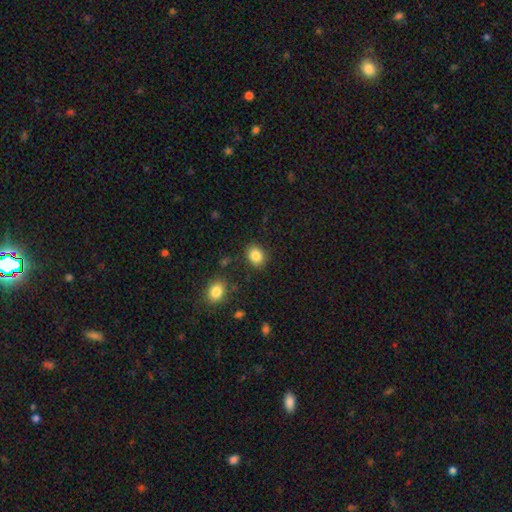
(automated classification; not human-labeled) A smooth galaxy with no disk features (86%) that is in between round and cigar-shaped (52%).

Vote fractions:
- Smooth or featured? smooth: 86% / star or artifact: 9% / featured or disk: 5%
- How rounded? in between: 52% / round: 47% / cigar-shaped: 1%
- Merging? none: 86% / minor disturbance: 9% / major disturbance: 3% / merger: 2%